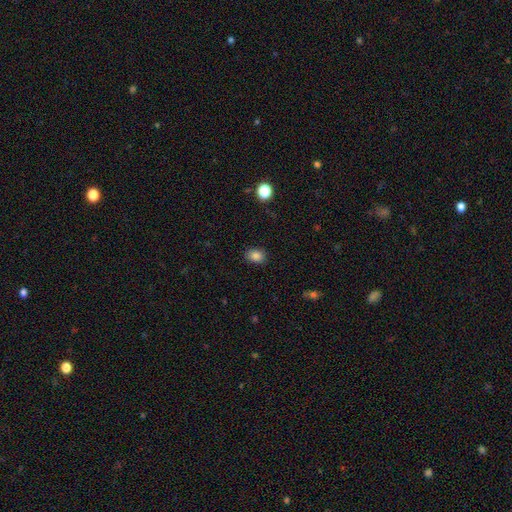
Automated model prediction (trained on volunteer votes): A smooth galaxy with no disk features (84%) that is in between round and cigar-shaped (62%).

Vote fractions:
- Smooth or featured? smooth: 84% / star or artifact: 11% / featured or disk: 5%
- How rounded? in between: 62% / round: 37% / cigar-shaped: 1%
- Merging? none: 87% / minor disturbance: 9% / major disturbance: 2% / merger: 1%